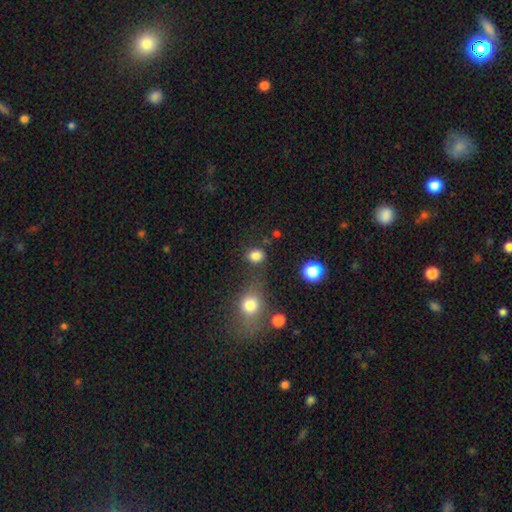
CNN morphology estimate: Smooth or featured? Predicted: smooth (p=0.83). How rounded? Predicted: round (p=0.61). Merging? Predicted: none (p=0.75).